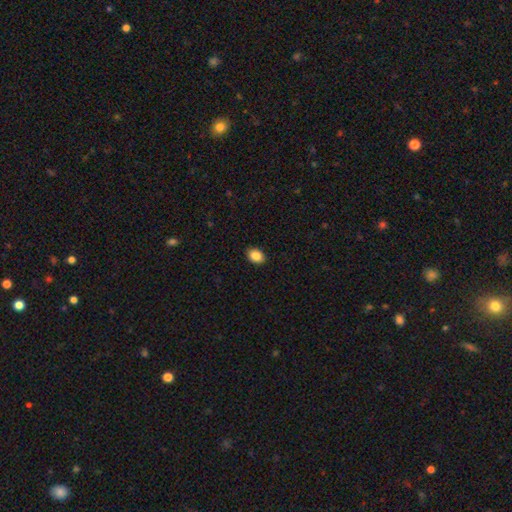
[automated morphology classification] Q: Smooth or featured?
A: smooth (87%); runner-up: star or artifact (8%)
Q: How rounded?
A: in between (75%); runner-up: round (24%)
Q: Merging?
A: none (91%); runner-up: minor disturbance (7%)